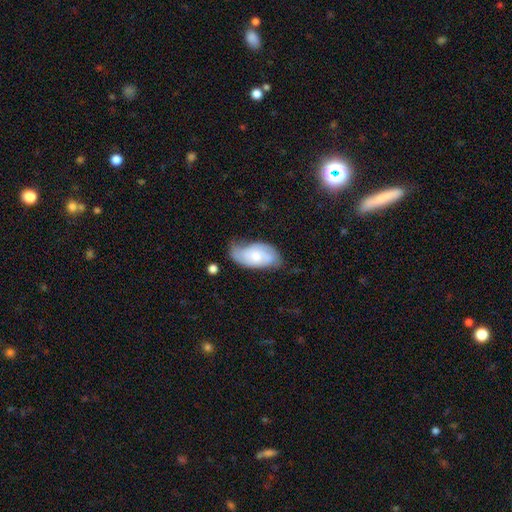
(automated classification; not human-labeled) Morphology: type=featured or disk (55%); edge-on=no (94%); bar=no (73%); spiral arms=yes (86%); bulge=small (51%); merging=none (56%).